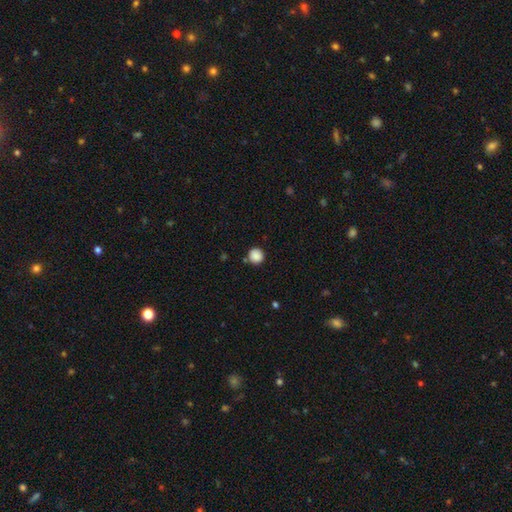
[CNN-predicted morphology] This appears to be a smooth galaxy with no disk features (88%) that is round (93%). Merging: none (86%).